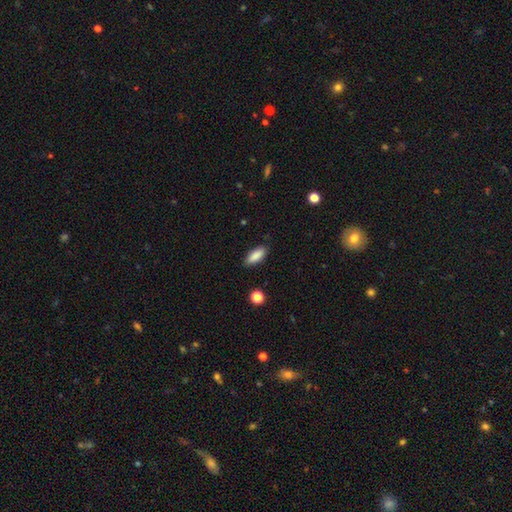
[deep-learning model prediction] Morphology: type=smooth (87%); roundness=in between (74%); merging=none (86%).